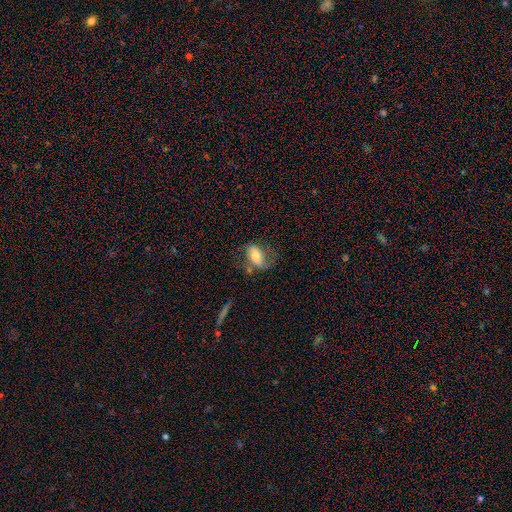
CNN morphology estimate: Smooth or featured? Predicted: smooth (p=0.50). Merging? Predicted: none (p=0.47).